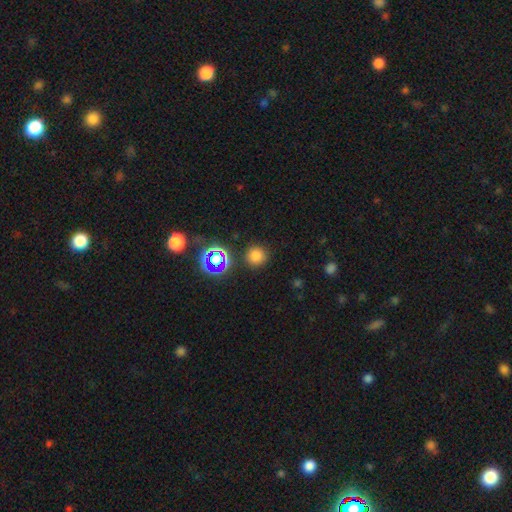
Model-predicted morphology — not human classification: Overall: smooth (73%). How rounded: round (93%). Merging: none (87%).